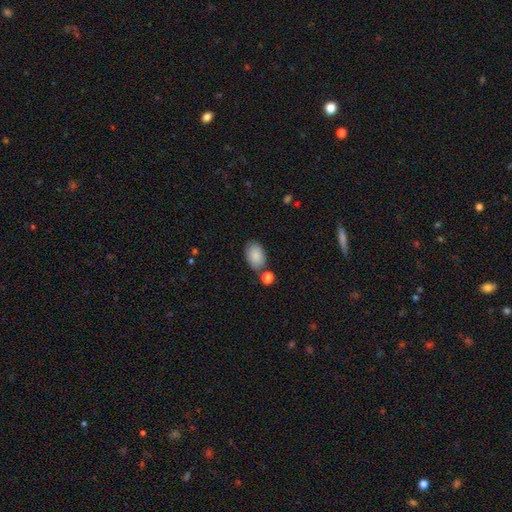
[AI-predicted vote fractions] Smooth or featured: smooth — 87% (star or artifact — 7%)
How rounded: in between — 91% (round — 8%)
Merging: none — 71% (minor disturbance — 15%)